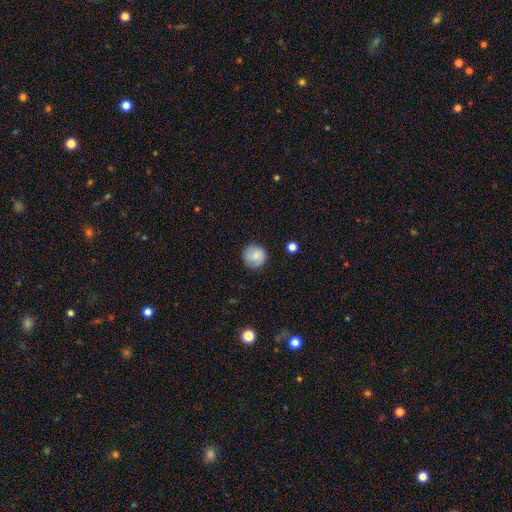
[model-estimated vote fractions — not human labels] Smooth or featured: smooth — 72% (featured or disk — 20%)
How rounded: round — 93% (in between — 6%)
Merging: none — 83% (minor disturbance — 12%)